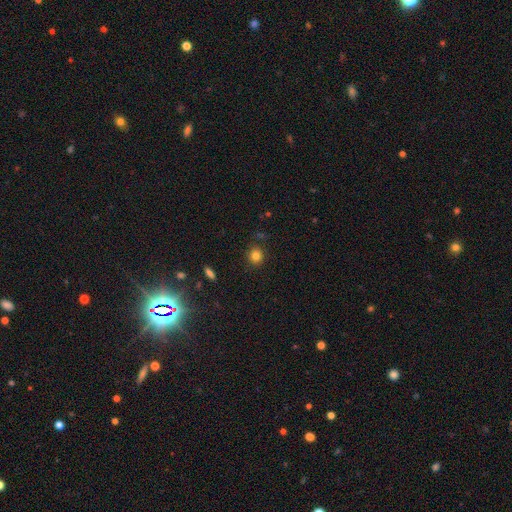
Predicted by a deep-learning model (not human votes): smooth-or-featured: smooth: 82% | star or artifact: 12% | featured or disk: 5%
  how-rounded: round: 87% | in between: 12% | cigar-shaped: 1%
  merging: none: 86% | minor disturbance: 9% | major disturbance: 2% | merger: 2%